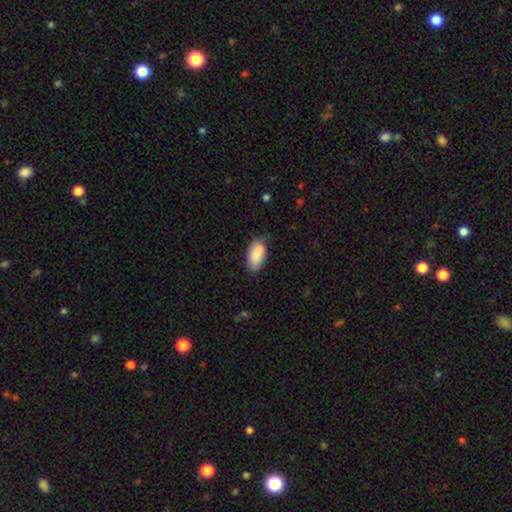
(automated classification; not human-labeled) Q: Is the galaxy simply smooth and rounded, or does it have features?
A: smooth — 81%.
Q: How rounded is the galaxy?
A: in between — 94%.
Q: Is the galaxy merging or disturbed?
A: none — 64%.